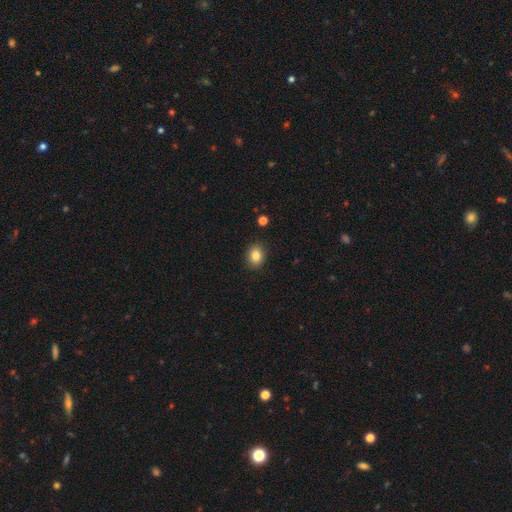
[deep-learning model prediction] The model was most divided on "how rounded": in between: 56%, round: 43%, cigar-shaped: 1%. More confident: merging — none (89%); smooth or featured — smooth (84%).